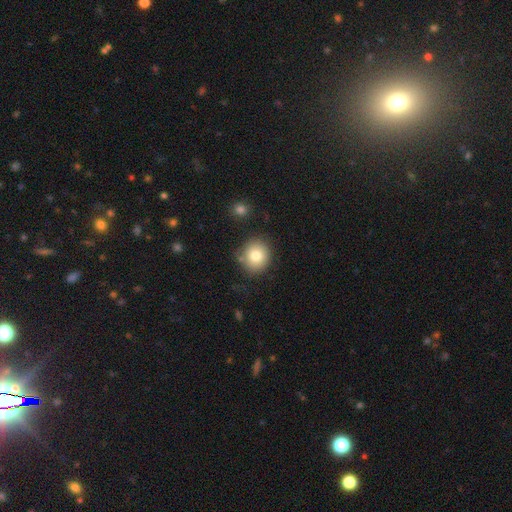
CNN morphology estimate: This is clearly a smooth galaxy (80%). How rounded: clearly round (86%). Merging: likely none (80%).